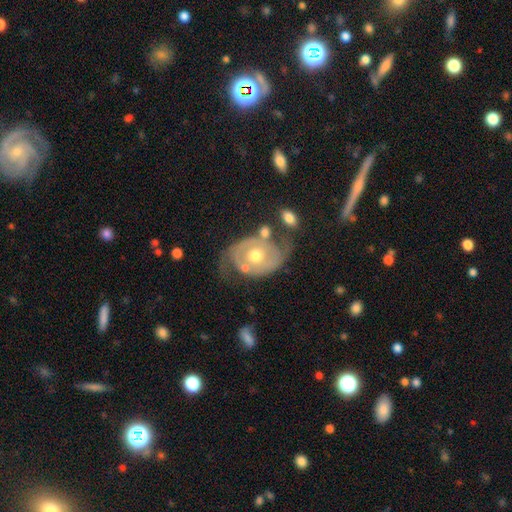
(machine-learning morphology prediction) This appears to be a featured or disk galaxy (77%) with no bar (80%), 2 (71%) tight (48%) spiral arms (69%) and a moderate central bulge (77%). Merging: none (52%).